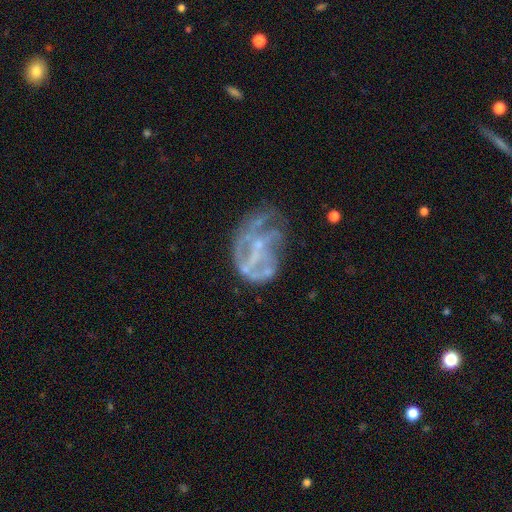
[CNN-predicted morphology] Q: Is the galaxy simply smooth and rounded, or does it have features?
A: featured or disk — 72%.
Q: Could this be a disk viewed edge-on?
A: no — 97%.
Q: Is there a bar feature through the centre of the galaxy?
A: no — 55%.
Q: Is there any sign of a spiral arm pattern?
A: yes — 54%.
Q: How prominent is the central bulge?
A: small — 45%.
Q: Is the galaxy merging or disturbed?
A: none — 37%.